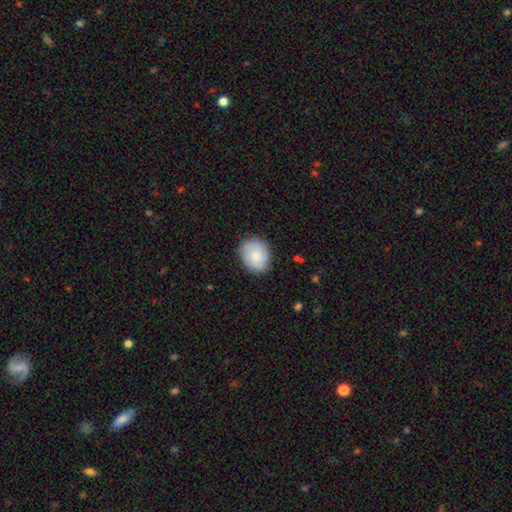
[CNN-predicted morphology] type=smooth (70%); roundness=round (56%); merging=none (83%).